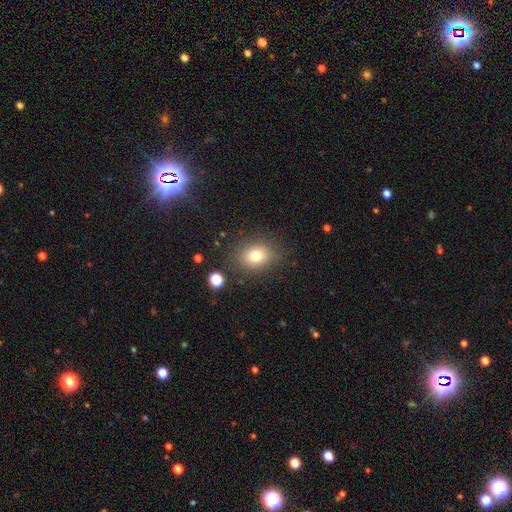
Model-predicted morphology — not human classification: This appears to be a smooth galaxy with no disk features (77%) that is in between round and cigar-shaped (54%). Merging: none (82%).